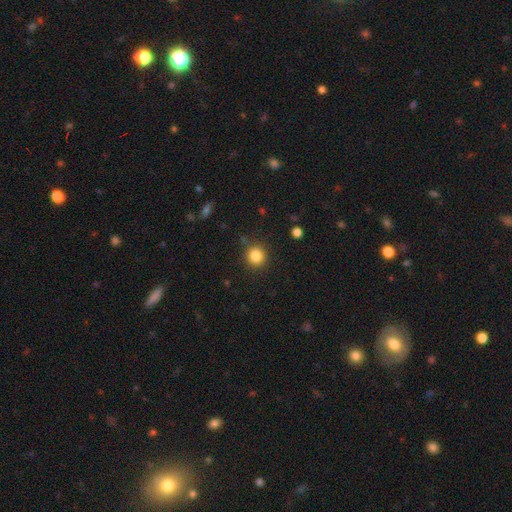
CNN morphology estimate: Overall: smooth (84%). How rounded: round (92%). Merging: none (87%).